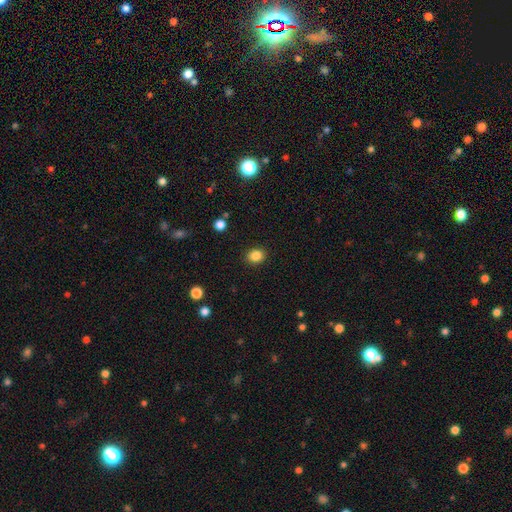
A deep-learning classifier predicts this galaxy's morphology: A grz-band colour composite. It shows a smooth galaxy with no disk features (85%) that is round (59%). Merging: none (90%).